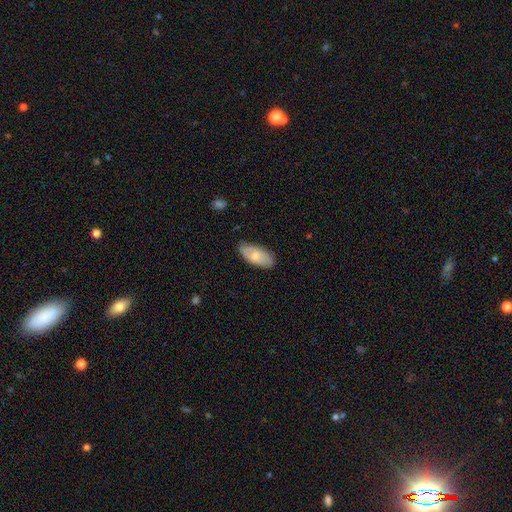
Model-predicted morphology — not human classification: This is likely a smooth galaxy (70%). How rounded: clearly in between (91%). Merging: likely none (80%).